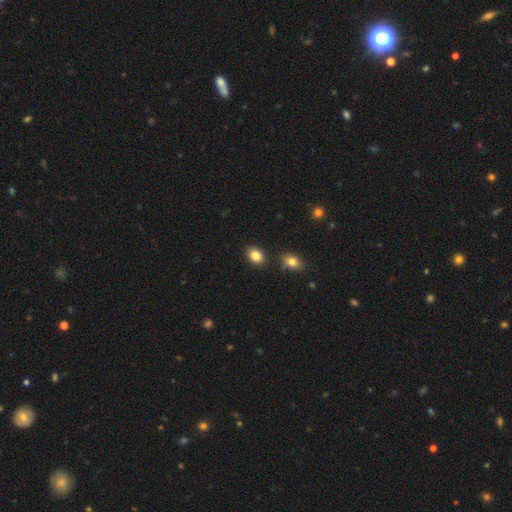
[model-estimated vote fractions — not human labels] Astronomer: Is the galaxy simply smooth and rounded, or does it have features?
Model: smooth — 85%.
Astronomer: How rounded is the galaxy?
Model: in between — 71%.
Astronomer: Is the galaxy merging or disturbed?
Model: none — 82%.